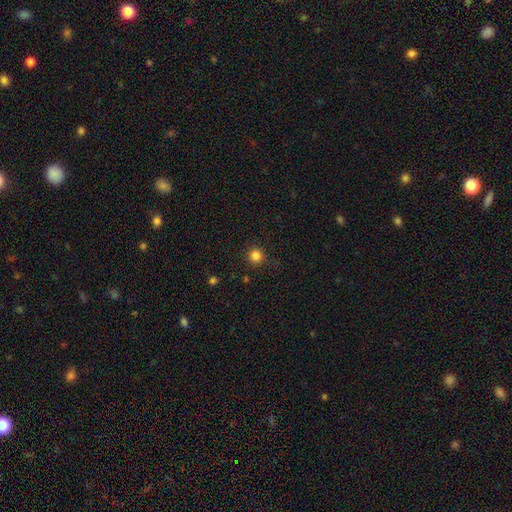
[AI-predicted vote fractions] Smooth or featured?
  - smooth: 83% *
  - star or artifact: 13%
  - featured or disk: 4%
How rounded?
  - round: 95% *
  - in between: 4%
  - cigar-shaped: 1%
Merging?
  - none: 90% *
  - minor disturbance: 7%
  - major disturbance: 2%
  - merger: 1%